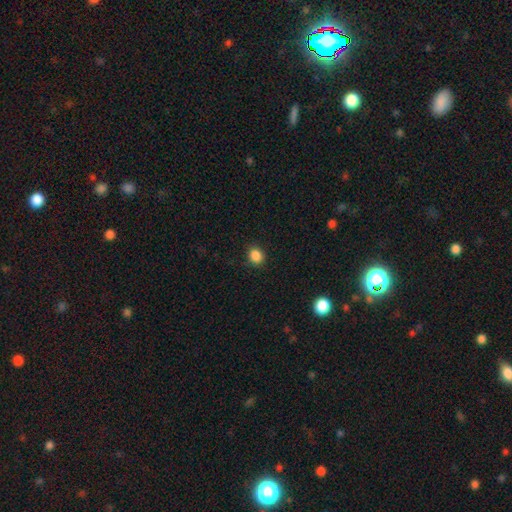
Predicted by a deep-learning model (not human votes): smooth_or_featured: smooth (p=0.87) [alt: star or artifact p=0.11]
how_rounded: round (p=0.64) [alt: in between p=0.35]
merging: none (p=0.89) [alt: minor disturbance p=0.08]